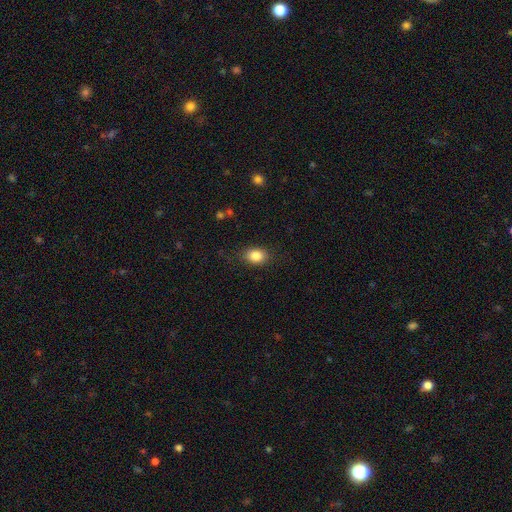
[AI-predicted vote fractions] Q: Smooth or featured?
A: smooth (86%); runner-up: star or artifact (9%)
Q: How rounded?
A: in between (70%); runner-up: round (28%)
Q: Merging?
A: none (84%); runner-up: minor disturbance (11%)